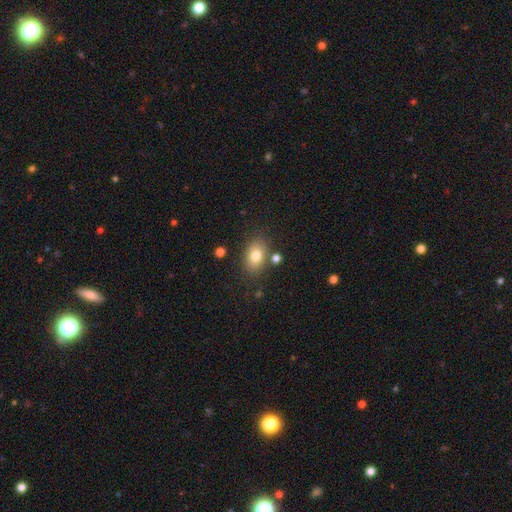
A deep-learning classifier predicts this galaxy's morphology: A smooth galaxy with no disk features (79%) that is in between round and cigar-shaped (79%). Merging: none (77%).